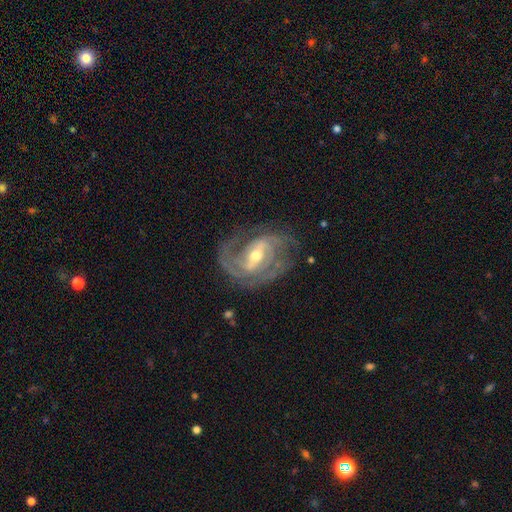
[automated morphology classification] type=featured or disk (89%); edge-on=no (97%); bar=weak (43%); spiral arms=yes (96%); winding=medium (47%); arm count=2 (53%); bulge=moderate (58%); merging=none (67%).